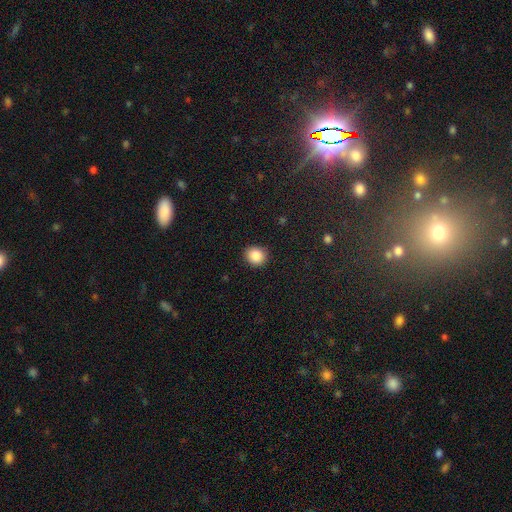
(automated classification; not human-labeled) smooth 87%, star or artifact 9%, featured or disk 4%. Down the decision tree: how rounded — round (78%); merging — none (89%).